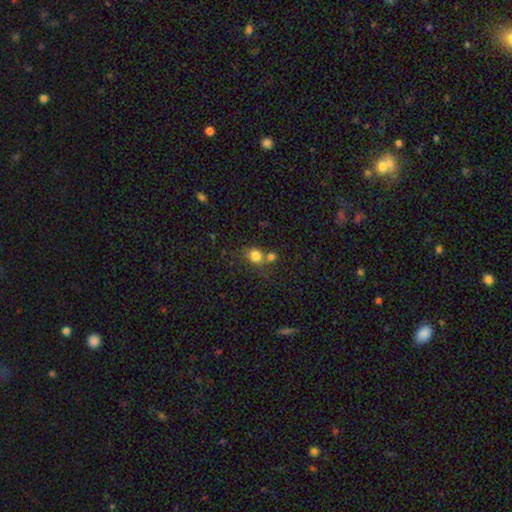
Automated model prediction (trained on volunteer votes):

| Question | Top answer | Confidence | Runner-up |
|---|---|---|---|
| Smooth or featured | smooth | 80% | star or artifact (12%) |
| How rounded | round | 71% | in between (27%) |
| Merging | none | 48% | merger (36%) |